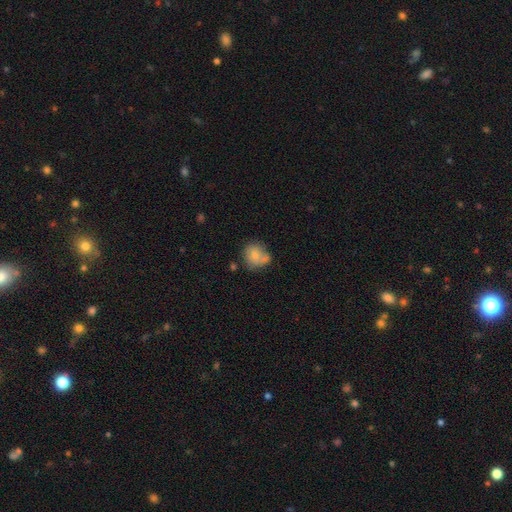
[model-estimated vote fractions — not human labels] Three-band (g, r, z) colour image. It shows a smooth galaxy with no disk features (72%) that is round (74%). Merging: none (48%).